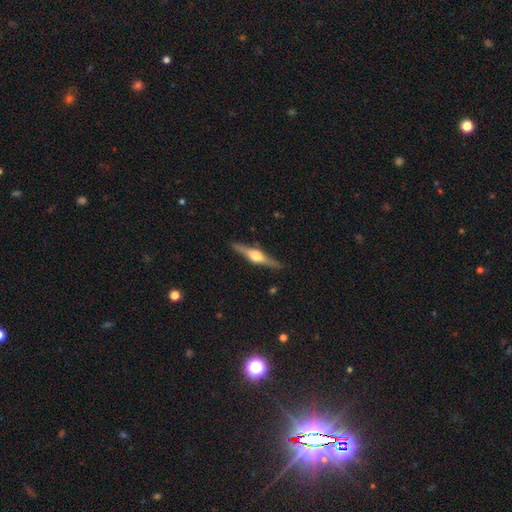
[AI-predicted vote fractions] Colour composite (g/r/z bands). It shows a featured or disk galaxy (77%) viewed edge-on (98%) with a rounded central bulge (94%). Merging: none (89%).